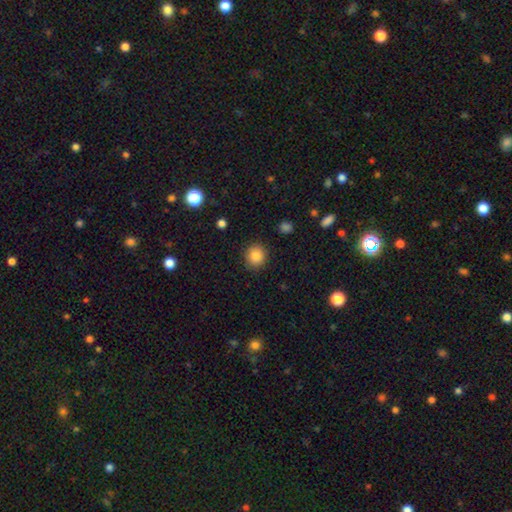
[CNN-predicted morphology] Overall: smooth (85%). How rounded: round (87%). Merging: none (89%).